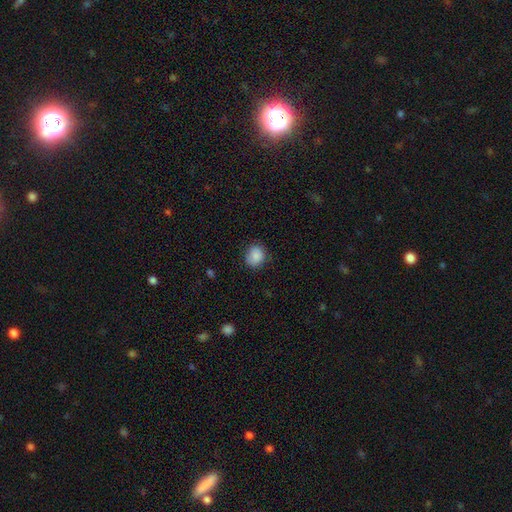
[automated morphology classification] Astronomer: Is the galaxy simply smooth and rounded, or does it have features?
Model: smooth — 87%.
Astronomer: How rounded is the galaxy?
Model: round — 68%.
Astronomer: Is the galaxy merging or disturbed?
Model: none — 80%.